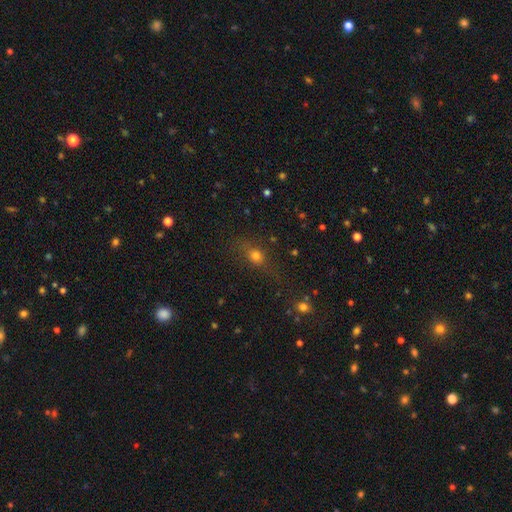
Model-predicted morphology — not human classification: Overall: smooth (63%). How rounded: in between (46%; round 39%). Merging: none (69%).